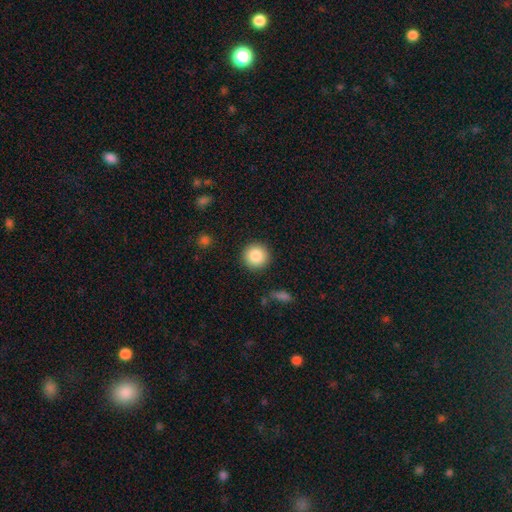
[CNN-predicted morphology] A smooth galaxy with no disk features (85%) that is round (95%).

Vote fractions:
- Smooth or featured? smooth: 85% / star or artifact: 8% / featured or disk: 6%
- How rounded? round: 95% / in between: 4% / cigar-shaped: 1%
- Merging? none: 91% / minor disturbance: 6% / major disturbance: 2% / merger: 1%